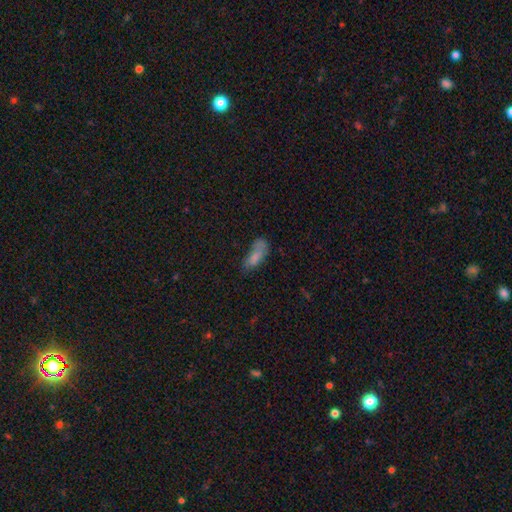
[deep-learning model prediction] smooth 73%, featured or disk 16%, star or artifact 11%. Down the decision tree: how rounded — in between (71%); merging — none (39%).